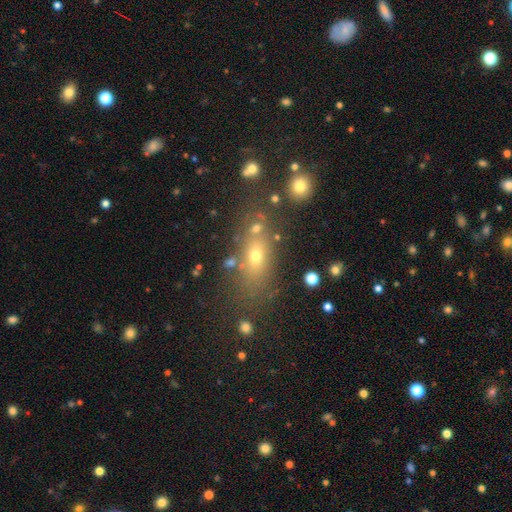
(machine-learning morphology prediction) This is possibly a smooth galaxy (55%). How rounded: likely in between (60%). Merging: likely none (67%).